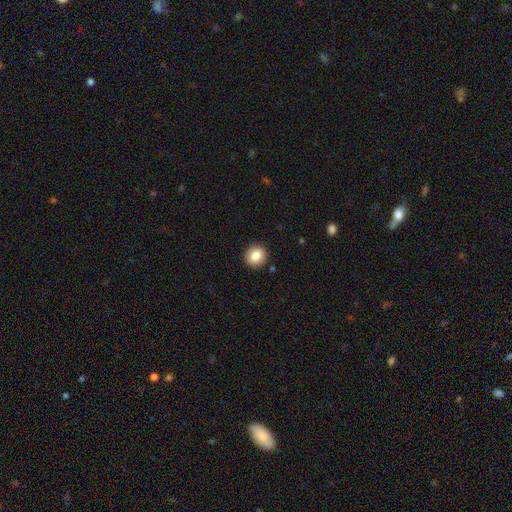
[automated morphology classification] A smooth galaxy with no disk features (83%) that is round (84%).

Vote fractions:
- Smooth or featured? smooth: 83% / star or artifact: 9% / featured or disk: 8%
- How rounded? round: 84% / in between: 15% / cigar-shaped: 1%
- Merging? none: 91% / minor disturbance: 6% / major disturbance: 2% / merger: 1%